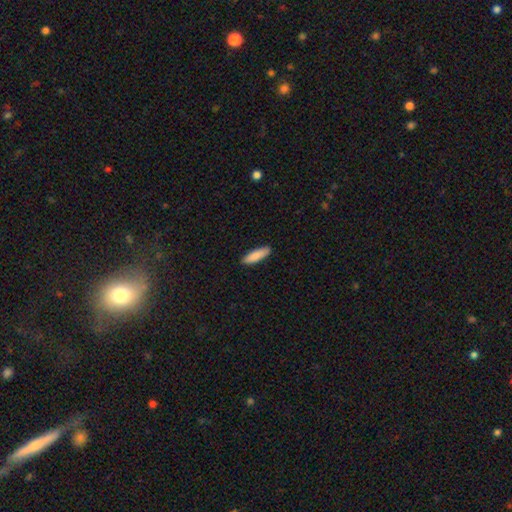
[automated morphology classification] Smooth or featured?
  - smooth: 87% *
  - featured or disk: 8%
  - star or artifact: 6%
How rounded?
  - cigar-shaped: 63% *
  - in between: 35%
  - round: 2%
Merging?
  - none: 89% *
  - minor disturbance: 8%
  - major disturbance: 2%
  - merger: 1%